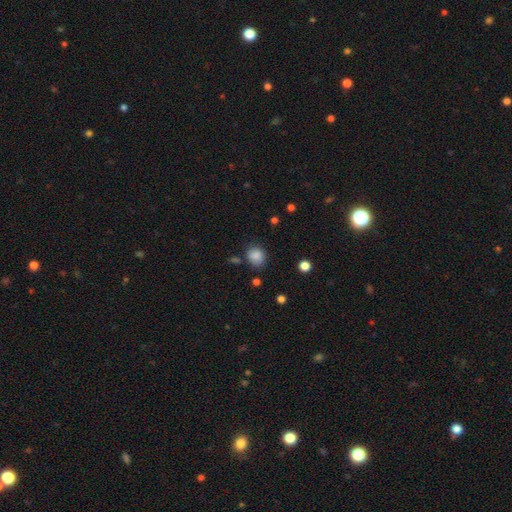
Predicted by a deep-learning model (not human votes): smooth 85%, star or artifact 10%, featured or disk 5%. Down the decision tree: how rounded — round (68%); merging — none (72%).